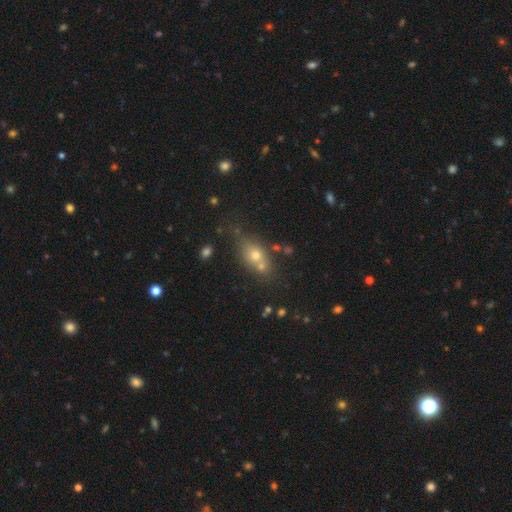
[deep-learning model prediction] smooth_or_featured: smooth (p=0.61) [alt: featured or disk p=0.20]
how_rounded: in between (p=0.54) [alt: round p=0.38]
merging: none (p=0.52) [alt: merger p=0.28]